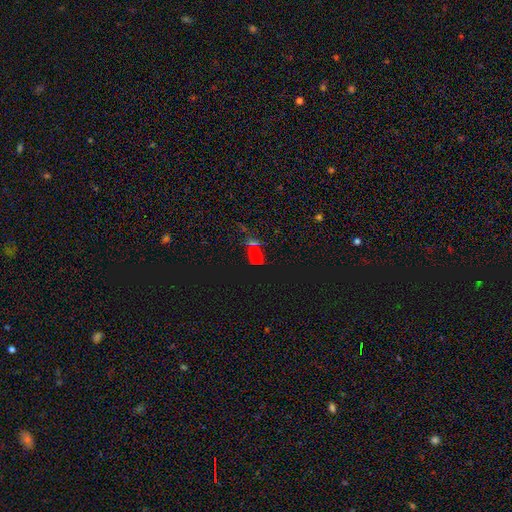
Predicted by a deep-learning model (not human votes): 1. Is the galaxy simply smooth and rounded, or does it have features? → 55% star or artifact, 37% smooth, 8% featured or disk.